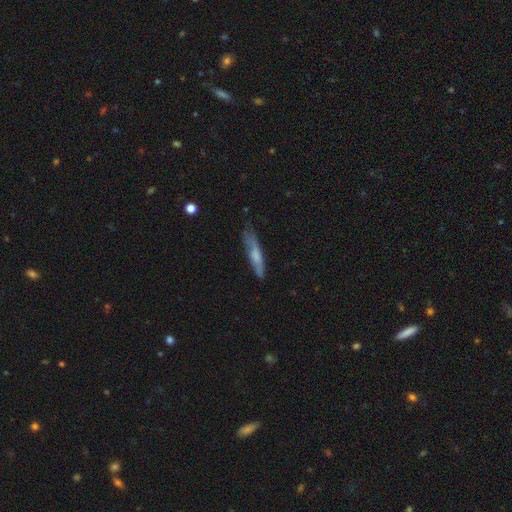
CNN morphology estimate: A smooth galaxy with no disk features (61%) that is cigar-shaped (87%).

Vote fractions:
- Smooth or featured? smooth: 61% / featured or disk: 33% / star or artifact: 7%
- How rounded? cigar-shaped: 87% / in between: 11% / round: 2%
- Merging? none: 64% / minor disturbance: 26% / major disturbance: 7% / merger: 2%